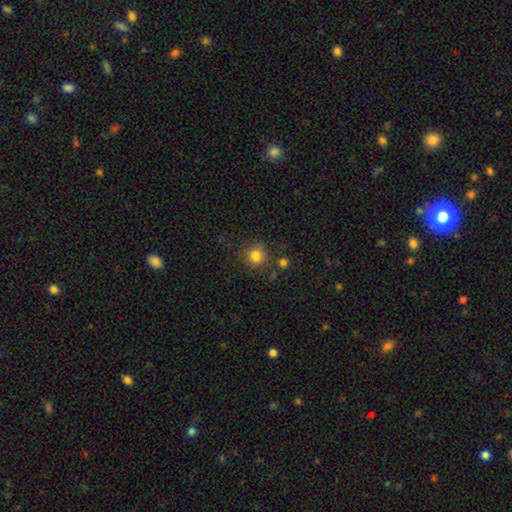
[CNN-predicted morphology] type=smooth (82%); roundness=round (90%); merging=none (76%).